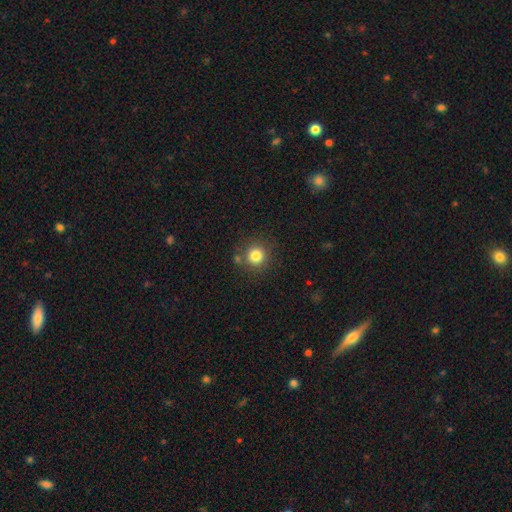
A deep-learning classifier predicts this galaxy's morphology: smooth-or-featured: smooth: 82% | star or artifact: 12% | featured or disk: 6%
  how-rounded: round: 93% | in between: 6% | cigar-shaped: 1%
  merging: none: 81% | minor disturbance: 9% | merger: 7% | major disturbance: 3%